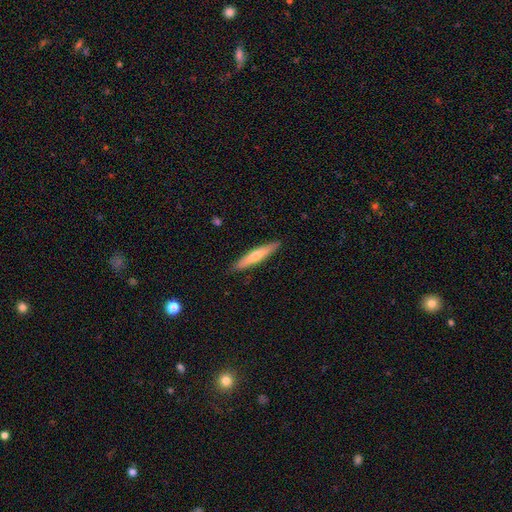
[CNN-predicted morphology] smooth_or_featured: smooth (p=0.57) [alt: featured or disk p=0.37]
how_rounded: cigar-shaped (p=0.90) [alt: in between p=0.08]
merging: none (p=0.89) [alt: minor disturbance p=0.08]